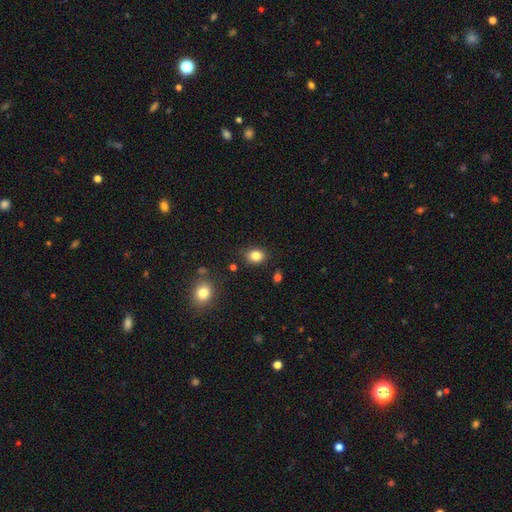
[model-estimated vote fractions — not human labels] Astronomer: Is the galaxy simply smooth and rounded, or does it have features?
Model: smooth — 83%.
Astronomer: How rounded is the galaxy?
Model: round — 51% (runner-up: in between, 48%).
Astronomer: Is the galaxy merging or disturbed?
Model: none — 83%.